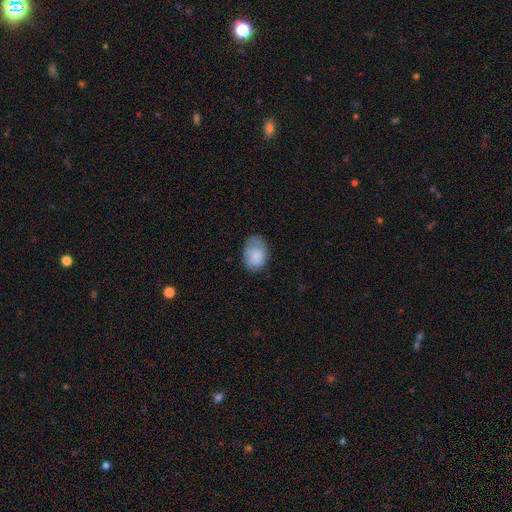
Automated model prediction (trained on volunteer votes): This is clearly a smooth galaxy (84%). How rounded: likely in between (79%). Merging: possibly none (59%).